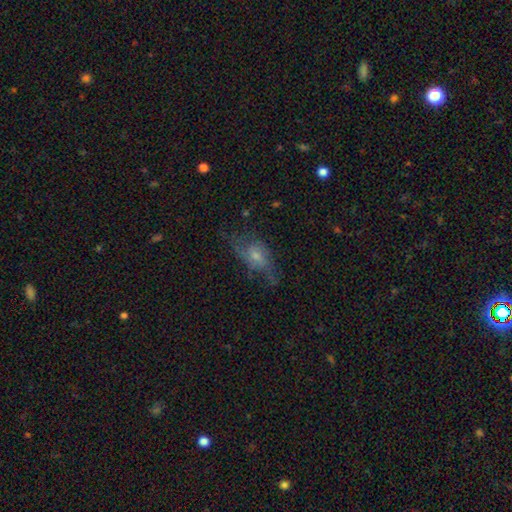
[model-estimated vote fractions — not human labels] Overall: featured or disk (50%; smooth 36%). Edge-on disk: no (85%). Merging: none (52%; minor disturbance 25%).